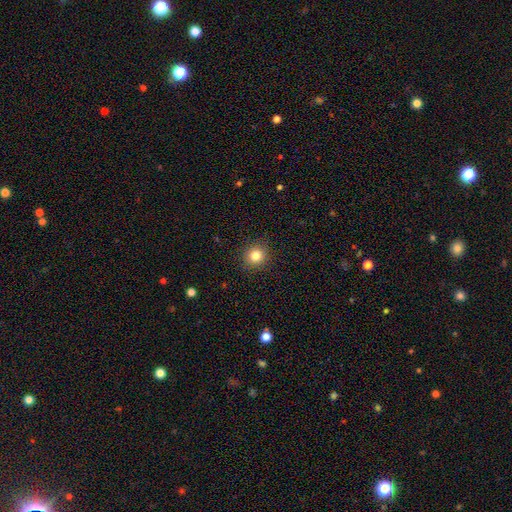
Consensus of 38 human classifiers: This is clearly a smooth galaxy (89%). How rounded: likely round (76%). Merging: clearly none (83%).